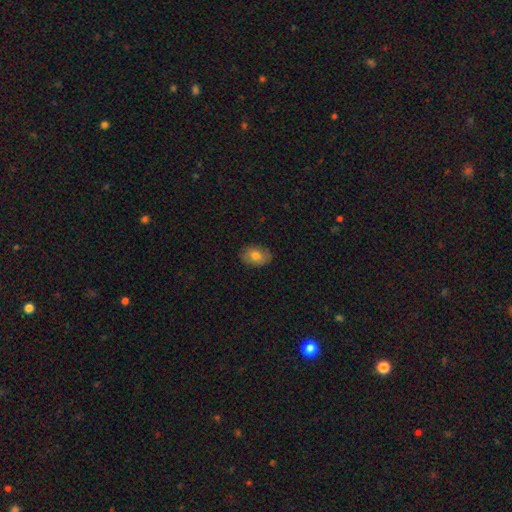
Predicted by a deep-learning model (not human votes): This is likely a smooth galaxy (75%). How rounded: clearly in between (83%). Merging: clearly none (85%).